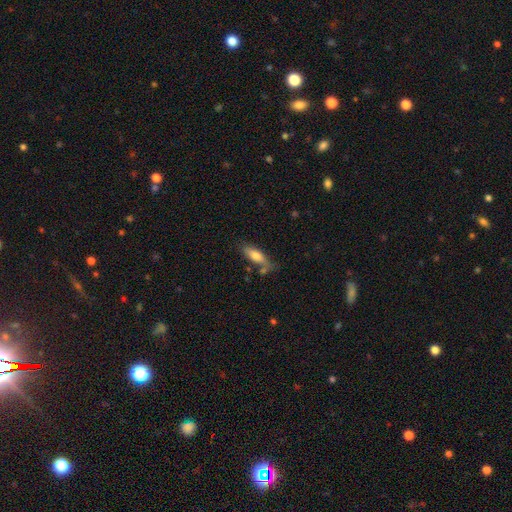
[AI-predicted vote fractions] smooth-or-featured: smooth: 73% | featured or disk: 20% | star or artifact: 7%
  how-rounded: in between: 55% | cigar-shaped: 42% | round: 2%
  merging: none: 63% | minor disturbance: 20% | merger: 12% | major disturbance: 5%